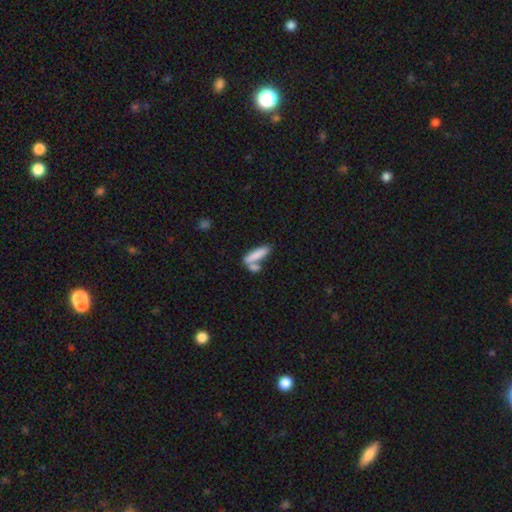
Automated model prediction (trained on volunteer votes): A smooth galaxy with no disk features (80%) that is cigar-shaped (59%). Merging: merger (43%).